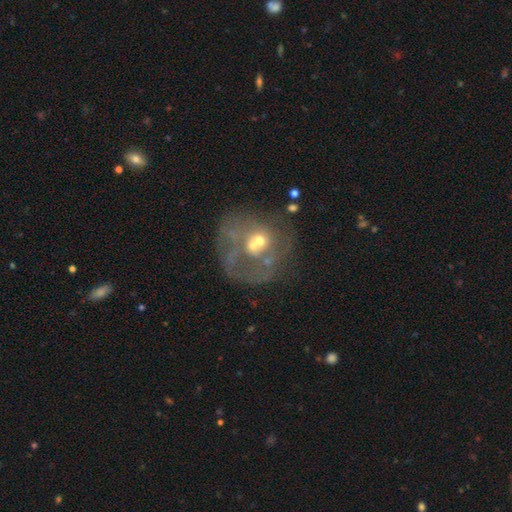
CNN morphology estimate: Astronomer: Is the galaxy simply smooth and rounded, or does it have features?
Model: featured or disk — 58%.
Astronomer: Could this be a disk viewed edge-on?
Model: no — 96%.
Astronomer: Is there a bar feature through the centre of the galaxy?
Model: no — 71%.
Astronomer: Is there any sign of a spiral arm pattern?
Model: no — 63%.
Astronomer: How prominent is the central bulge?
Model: moderate — 57%.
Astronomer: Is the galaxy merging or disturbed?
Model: none — 47% (runner-up: major disturbance, 27%).